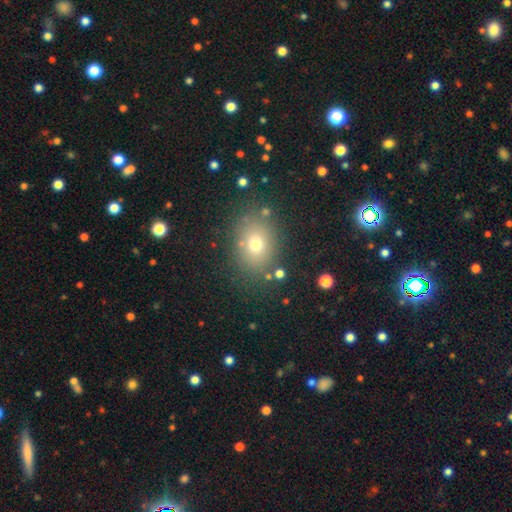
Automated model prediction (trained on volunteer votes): Morphology: type=smooth (56%); roundness=in between (56%); merging=none (86%).